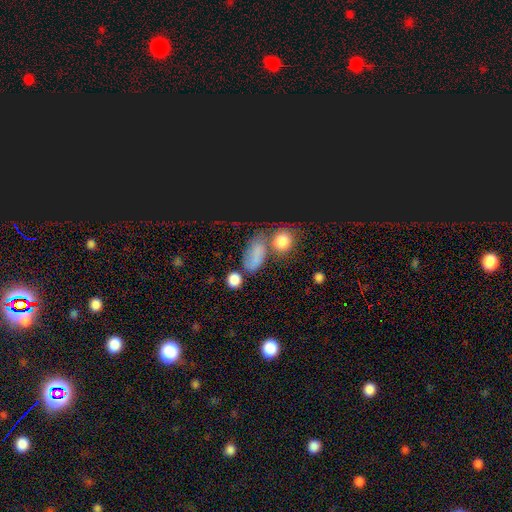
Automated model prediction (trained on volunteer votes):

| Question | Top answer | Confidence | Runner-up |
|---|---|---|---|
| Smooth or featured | smooth | 65% | star or artifact (20%) |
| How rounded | in between | 73% | round (21%) |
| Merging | none | 44% | merger (24%) |